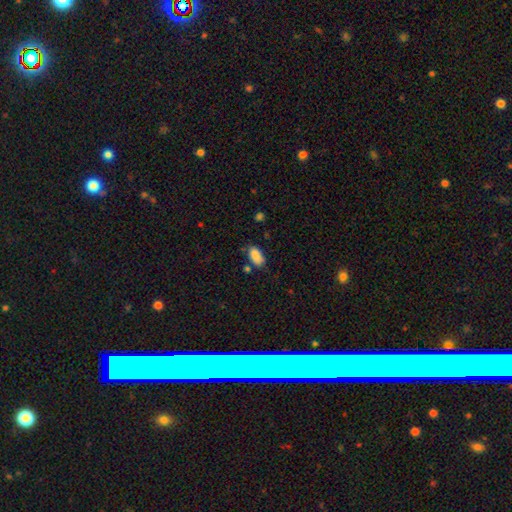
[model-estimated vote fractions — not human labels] Smooth or featured? Predicted: smooth (p=0.87). How rounded? Predicted: in between (p=0.93). Merging? Predicted: none (p=0.70).